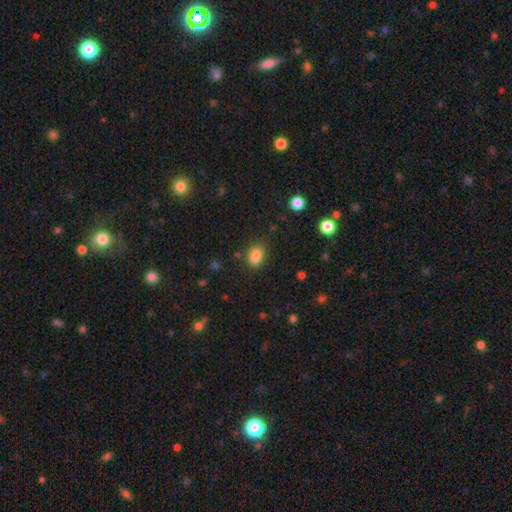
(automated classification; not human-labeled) This is clearly a smooth galaxy (82%). How rounded: likely in between (76%). Merging: likely none (67%).